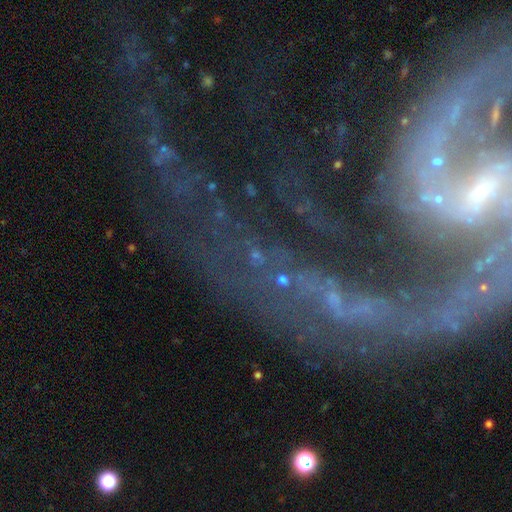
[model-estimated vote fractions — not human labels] Smooth or featured: star or artifact — 43% (featured or disk — 40%)